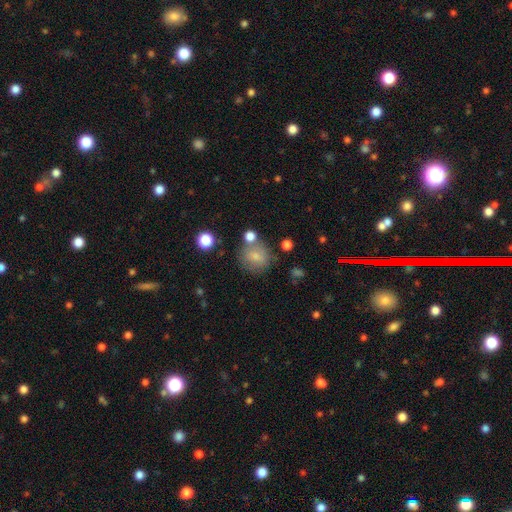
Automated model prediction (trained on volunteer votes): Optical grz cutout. It shows a smooth galaxy with no disk features (76%) that is round (82%). Merging: none (64%).